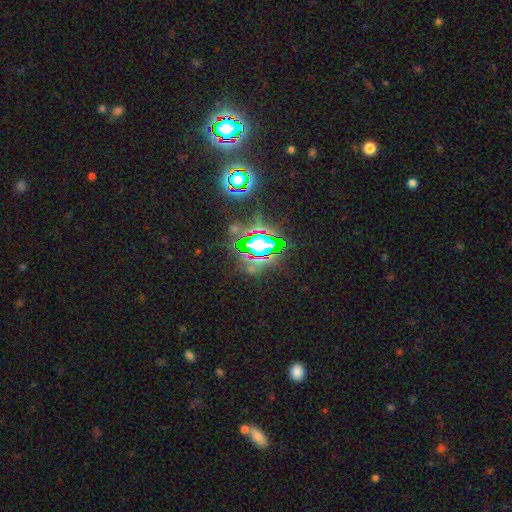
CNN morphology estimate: star or artifact 80%, smooth 12%, featured or disk 8%.